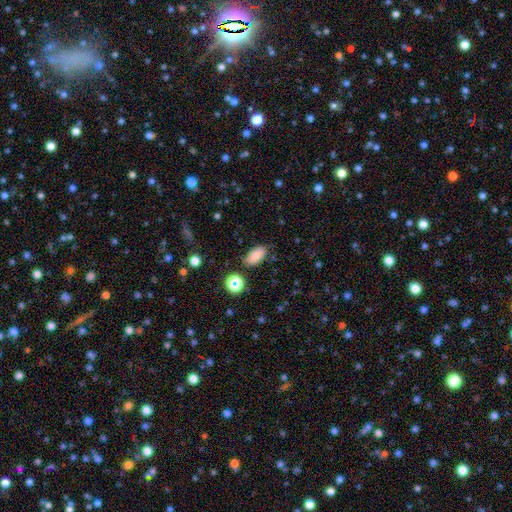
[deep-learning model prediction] Morphology: type=smooth (83%); roundness=in between (91%); merging=none (81%).